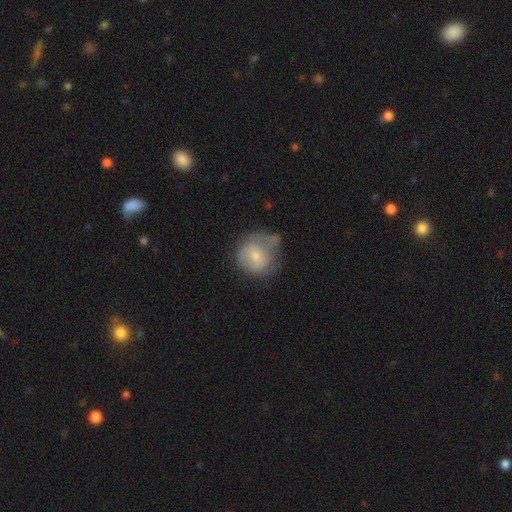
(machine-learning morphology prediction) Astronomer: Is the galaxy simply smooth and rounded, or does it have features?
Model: smooth — 56% (runner-up: featured or disk, 37%).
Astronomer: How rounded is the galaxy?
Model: round — 82%.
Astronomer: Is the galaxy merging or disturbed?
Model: none — 38% (runner-up: minor disturbance, 32%).